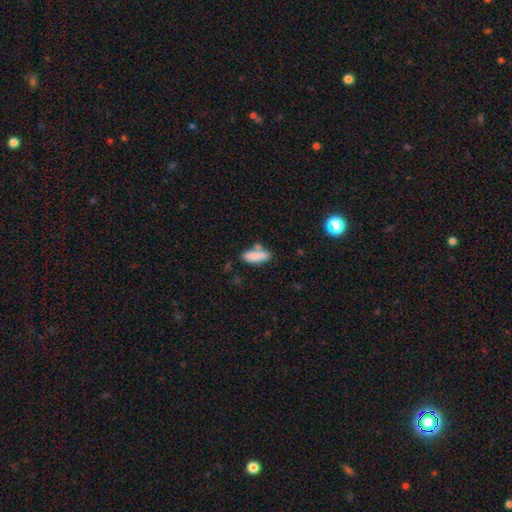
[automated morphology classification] type=smooth (82%); roundness=in between (73%); merging=none (60%).